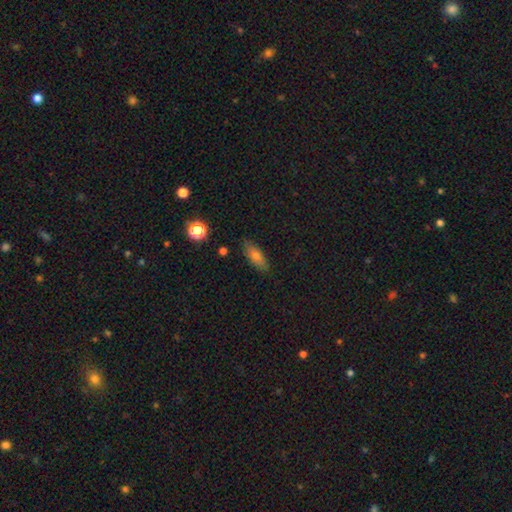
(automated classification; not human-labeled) Overall: smooth (70%). How rounded: in between (64%; cigar-shaped 31%). Merging: none (85%).